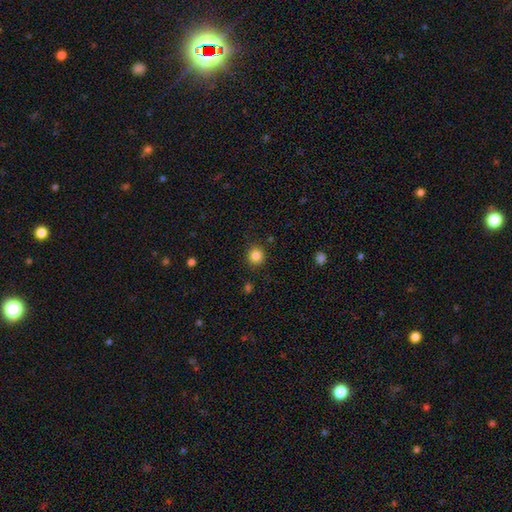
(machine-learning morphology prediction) Smooth or featured? Predicted: smooth (p=0.85). How rounded? Predicted: round (p=0.90). Merging? Predicted: none (p=0.88).